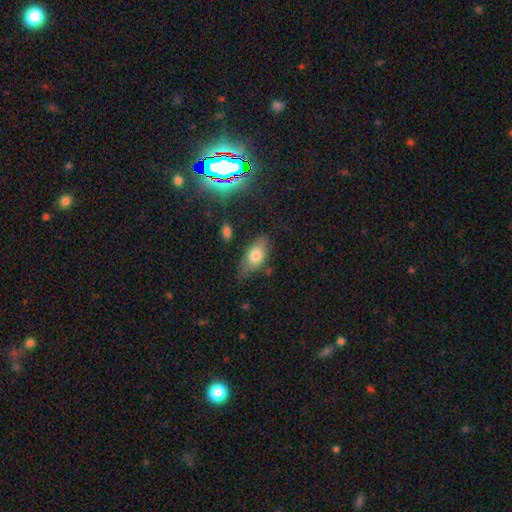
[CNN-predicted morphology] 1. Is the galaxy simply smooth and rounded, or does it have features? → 73% smooth, 18% featured or disk, 8% star or artifact.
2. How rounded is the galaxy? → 87% in between, 9% cigar-shaped, 4% round.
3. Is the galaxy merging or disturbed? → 68% none, 24% minor disturbance, 5% major disturbance, 3% merger.